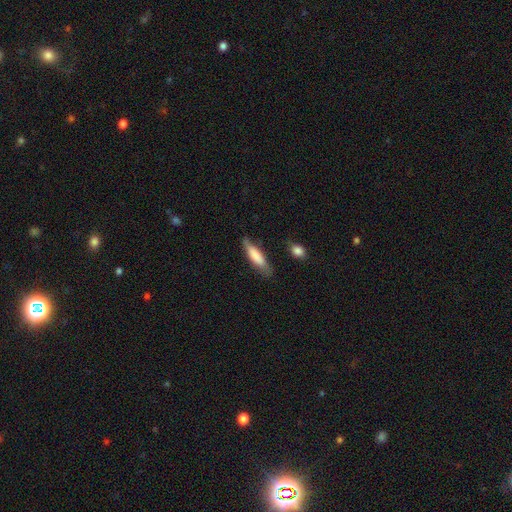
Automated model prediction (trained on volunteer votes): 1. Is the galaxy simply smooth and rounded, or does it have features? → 74% smooth, 20% featured or disk, 6% star or artifact.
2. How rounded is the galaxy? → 67% cigar-shaped, 32% in between, 2% round.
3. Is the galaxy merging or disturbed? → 67% none, 24% minor disturbance, 6% major disturbance, 3% merger.